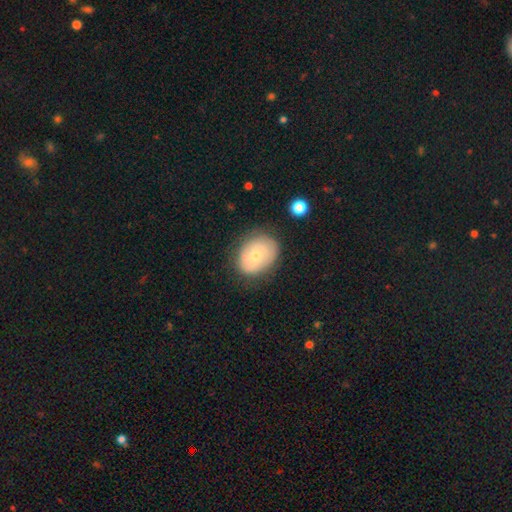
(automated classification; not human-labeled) smooth 50%, featured or disk 43%, star or artifact 7%. Down the decision tree: merging — none (73%).